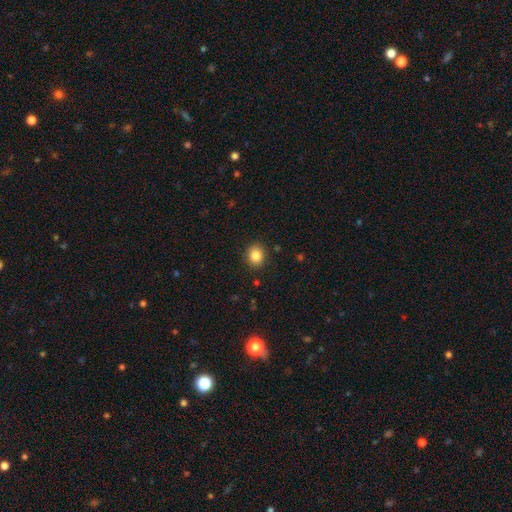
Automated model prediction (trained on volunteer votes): Overall: smooth (85%). How rounded: round (70%; in between 30%). Merging: none (89%).